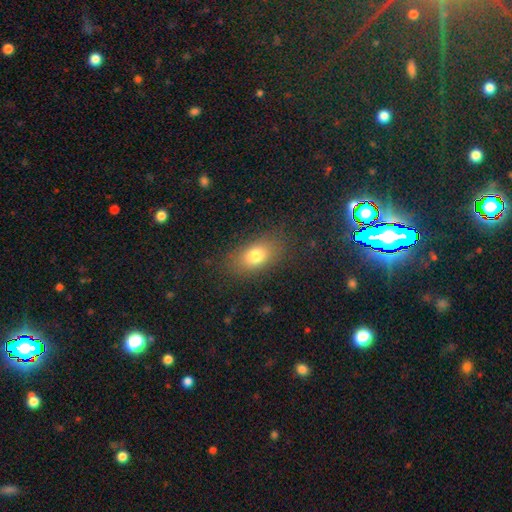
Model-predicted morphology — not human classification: Smooth or featured? Predicted: smooth (p=0.78). How rounded? Predicted: in between (p=0.82). Merging? Predicted: none (p=0.82).